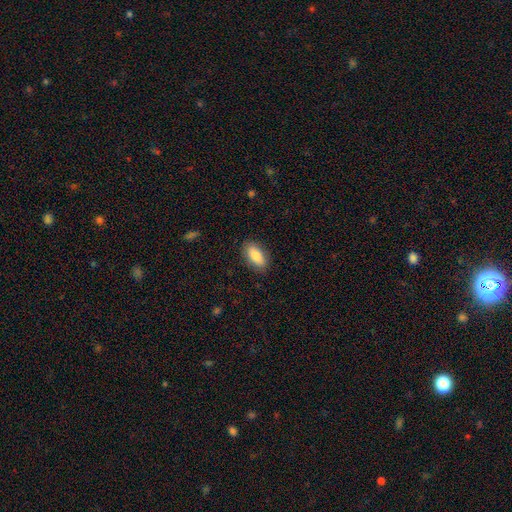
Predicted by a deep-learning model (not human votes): A smooth galaxy with no disk features (86%) that is in between round and cigar-shaped (90%). Merging: none (86%).